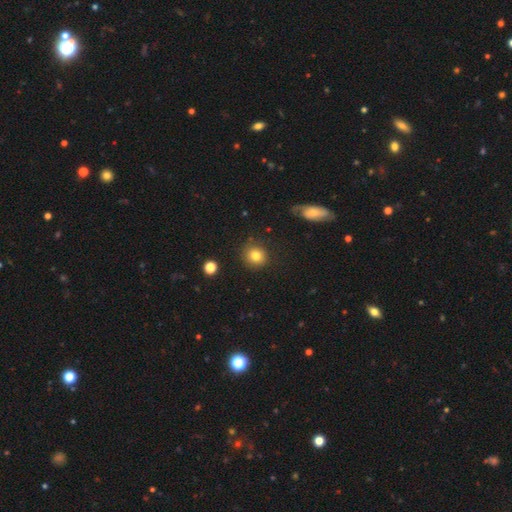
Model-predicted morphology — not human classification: Q: Smooth or featured?
A: smooth (80%); runner-up: star or artifact (11%)
Q: How rounded?
A: round (89%); runner-up: in between (10%)
Q: Merging?
A: none (86%); runner-up: minor disturbance (9%)